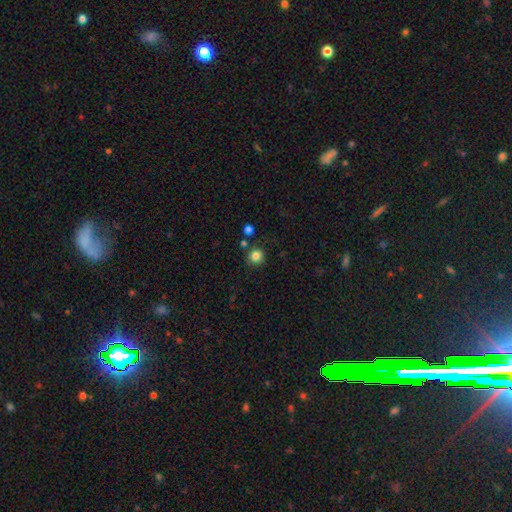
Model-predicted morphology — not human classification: Smooth or featured? Predicted: smooth (p=0.83). How rounded? Predicted: round (p=0.91). Merging? Predicted: none (p=0.83).